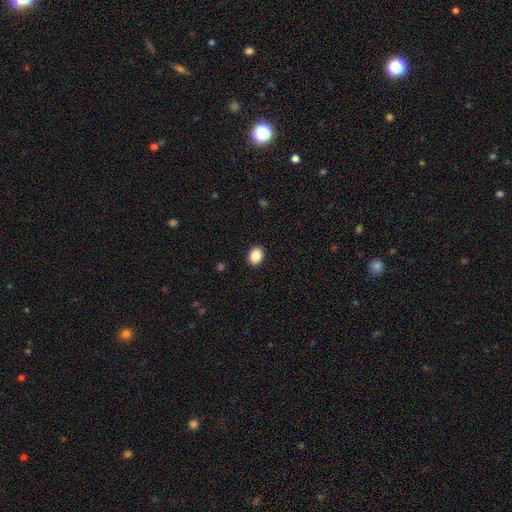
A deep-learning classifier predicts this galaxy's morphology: This is clearly a smooth galaxy (87%). How rounded: possibly in between (56%). Merging: clearly none (91%).